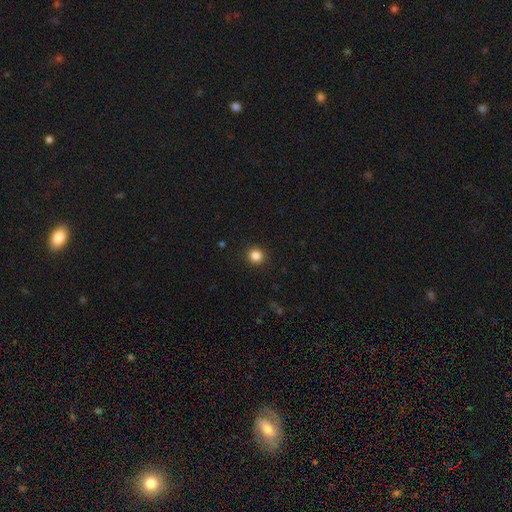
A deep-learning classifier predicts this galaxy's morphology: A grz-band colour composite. It shows a smooth galaxy with no disk features (84%) that is round (93%). Merging: none (92%).